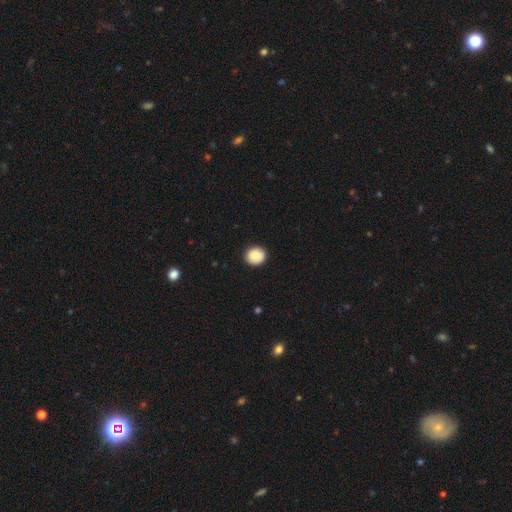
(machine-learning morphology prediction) smooth_or_featured: smooth (p=0.82) [alt: featured or disk p=0.10]
how_rounded: round (p=0.87) [alt: in between p=0.12]
merging: none (p=0.90) [alt: minor disturbance p=0.08]